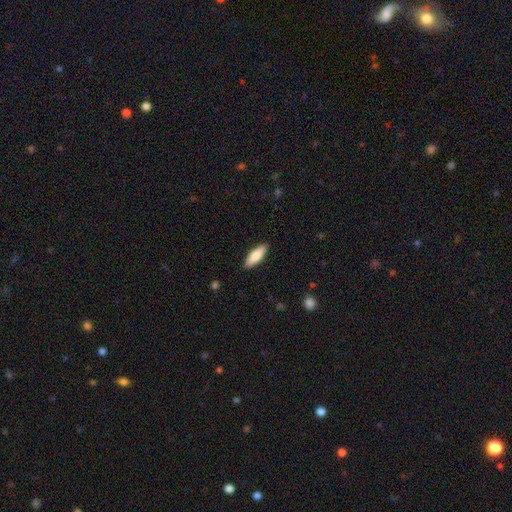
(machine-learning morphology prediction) Smooth or featured: smooth — 76% (featured or disk — 19%)
How rounded: in between — 52% (cigar-shaped — 46%)
Merging: none — 88% (minor disturbance — 9%)